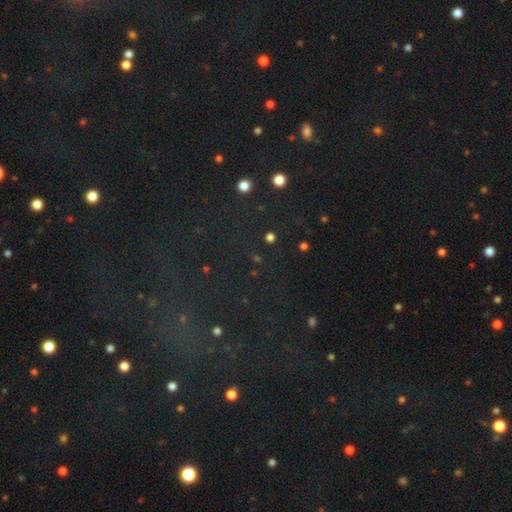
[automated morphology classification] Smooth or featured? star or artifact (74%)